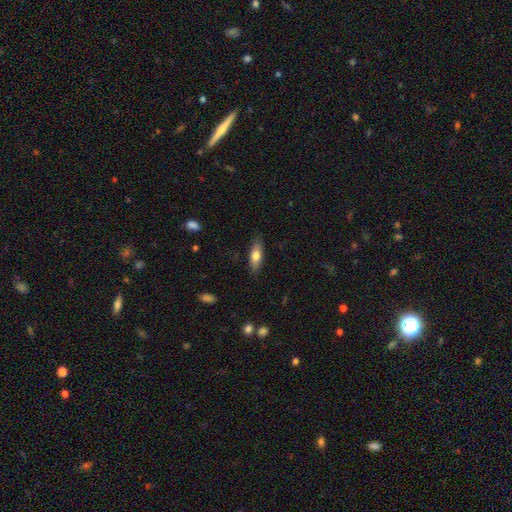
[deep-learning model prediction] A smooth galaxy with no disk features (69%) that is in between round and cigar-shaped (54%).

Vote fractions:
- Smooth or featured? smooth: 69% / featured or disk: 25% / star or artifact: 6%
- How rounded? in between: 54% / cigar-shaped: 44% / round: 2%
- Merging? none: 85% / minor disturbance: 11% / major disturbance: 2% / merger: 1%